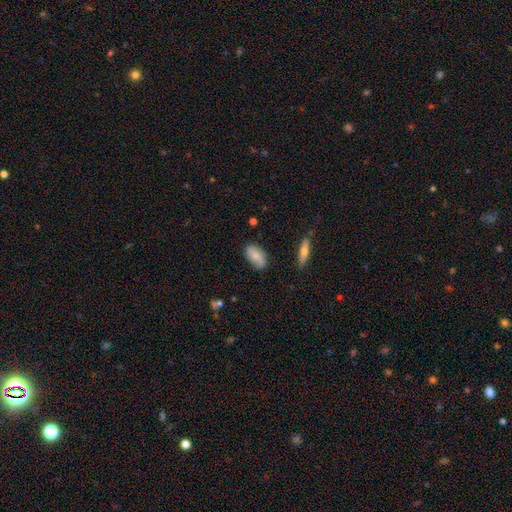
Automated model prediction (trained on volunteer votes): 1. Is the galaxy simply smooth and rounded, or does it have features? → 70% smooth, 23% featured or disk, 7% star or artifact.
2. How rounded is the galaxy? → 92% in between, 4% cigar-shaped, 4% round.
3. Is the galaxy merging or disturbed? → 77% none, 18% minor disturbance, 3% major disturbance, 2% merger.